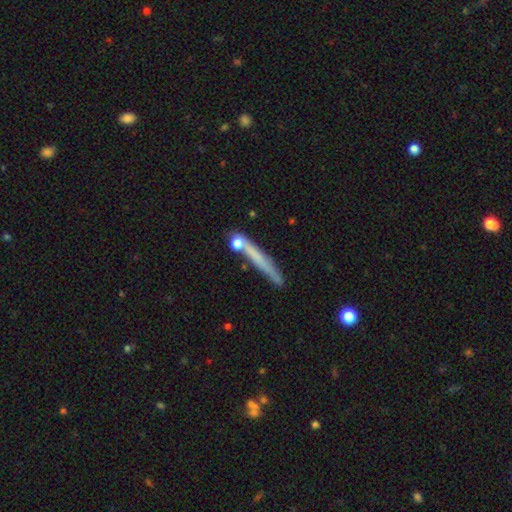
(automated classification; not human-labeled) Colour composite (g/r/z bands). It shows a smooth galaxy with no disk features (56%) that is cigar-shaped (94%). Merging: none (75%).